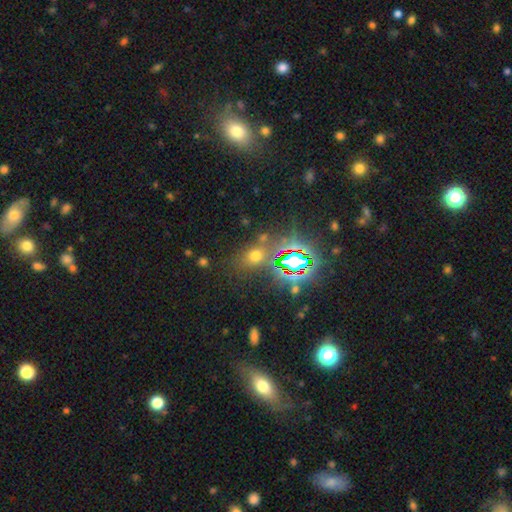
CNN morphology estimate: Smooth or featured? Predicted: smooth (p=0.49). Merging? Predicted: none (p=0.73).